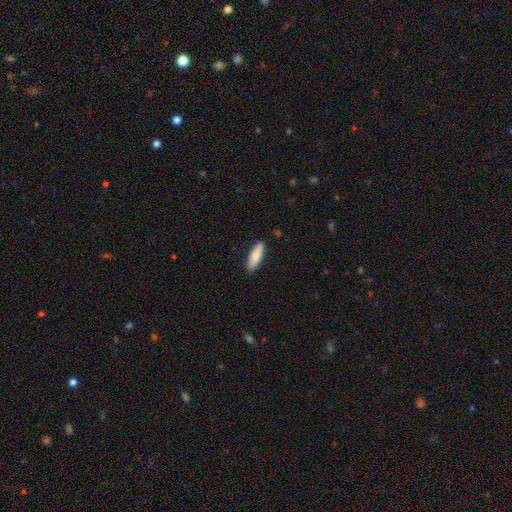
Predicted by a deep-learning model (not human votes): Smooth or featured? Predicted: smooth (p=0.83). How rounded? Predicted: cigar-shaped (p=0.58). Merging? Predicted: none (p=0.87).